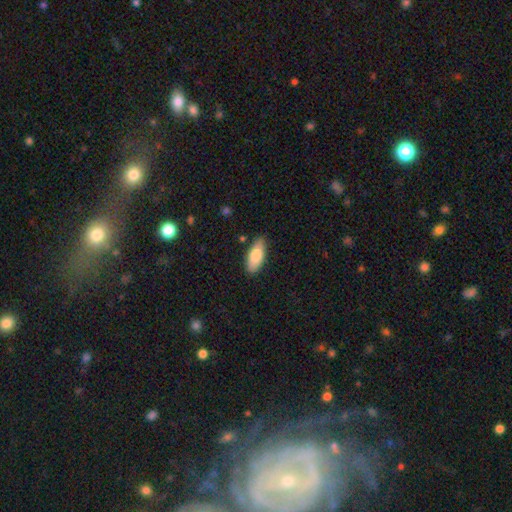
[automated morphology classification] Smooth or featured? smooth (82%)
How rounded? in between (86%)
Merging? none (83%)